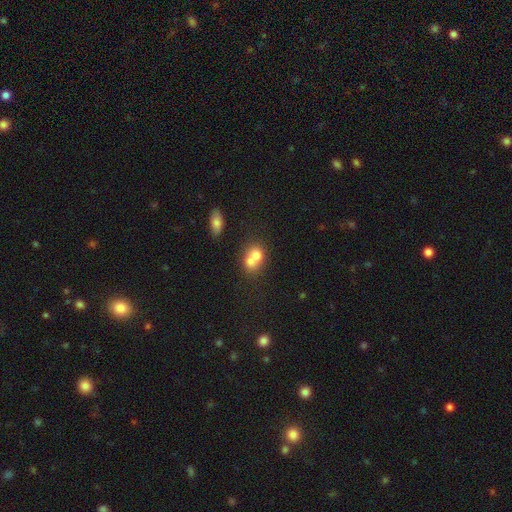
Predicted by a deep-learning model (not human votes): A smooth galaxy with no disk features (68%) that is round (57%).

Vote fractions:
- Smooth or featured? smooth: 68% / featured or disk: 22% / star or artifact: 10%
- How rounded? round: 57% / in between: 42% / cigar-shaped: 1%
- Merging? merger: 67% / none: 22% / minor disturbance: 7% / major disturbance: 3%